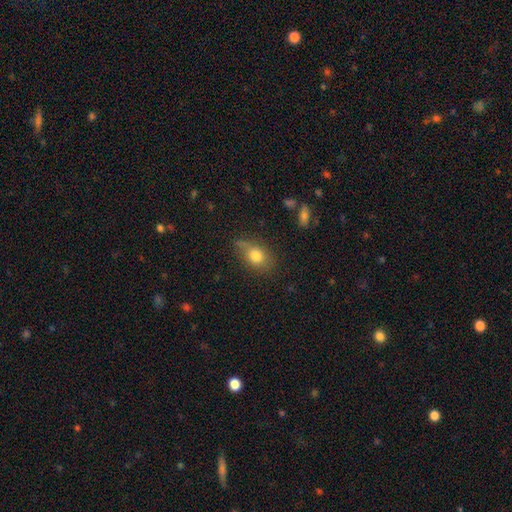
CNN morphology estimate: A smooth galaxy with no disk features (77%) that is in between round and cigar-shaped (69%). Merging: none (58%).